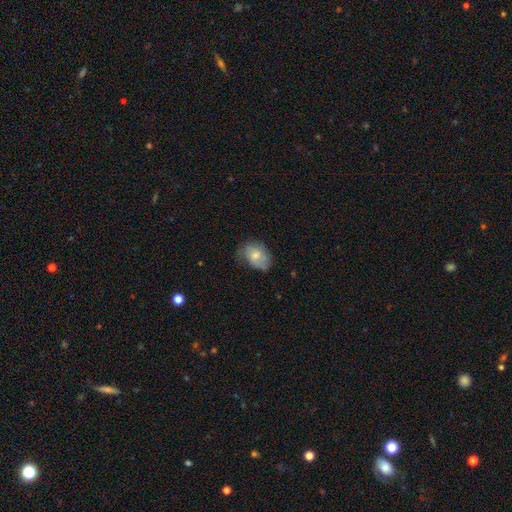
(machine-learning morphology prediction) smooth-or-featured: smooth: 72% | featured or disk: 21% | star or artifact: 7%
  how-rounded: in between: 77% | round: 22% | cigar-shaped: 1%
  merging: none: 55% | minor disturbance: 33% | major disturbance: 10% | merger: 2%